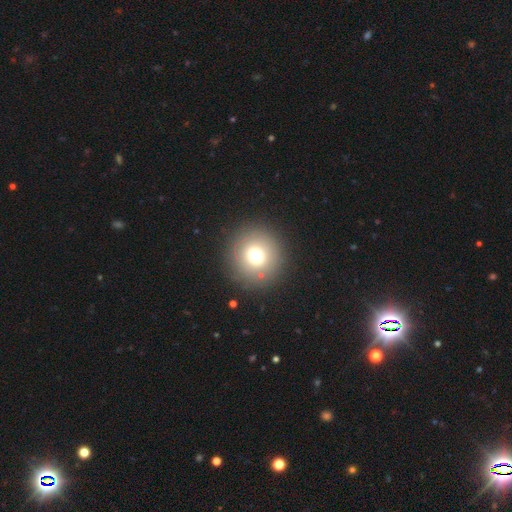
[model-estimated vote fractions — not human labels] A smooth galaxy with no disk features (71%) that is round (95%). Merging: none (88%).